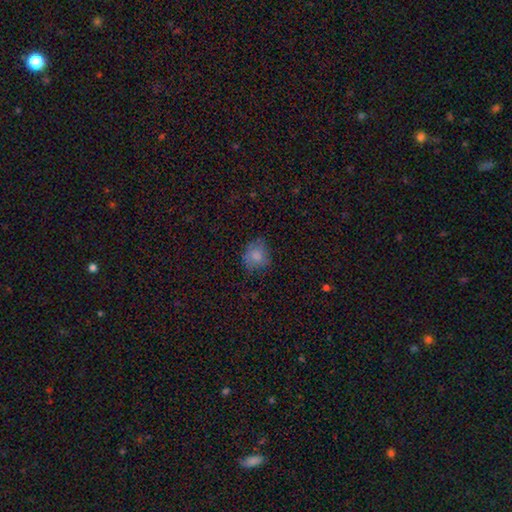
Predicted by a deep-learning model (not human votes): This is likely a smooth galaxy (77%). How rounded: likely round (66%). Merging: likely none (64%).